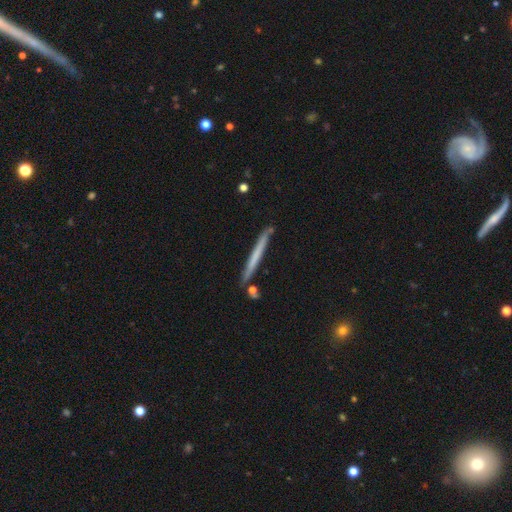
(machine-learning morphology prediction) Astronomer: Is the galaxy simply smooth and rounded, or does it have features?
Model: smooth — 54% (runner-up: featured or disk, 41%).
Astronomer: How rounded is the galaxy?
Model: cigar-shaped — 97%.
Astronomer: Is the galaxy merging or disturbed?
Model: none — 86%.